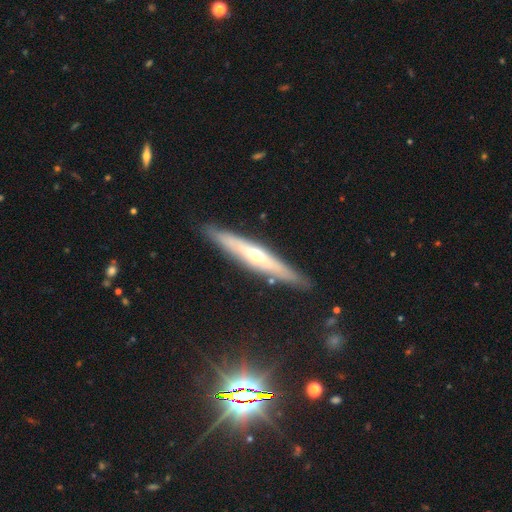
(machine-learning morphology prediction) Smooth or featured?
  - featured or disk: 66% *
  - smooth: 27%
  - star or artifact: 7%
Edge-on disk?
  - yes: 89% *
  - no: 11%
Edge-on bulge?
  - rounded: 81% *
  - none: 15%
  - boxy: 4%
Merging?
  - none: 88% *
  - minor disturbance: 9%
  - major disturbance: 2%
  - merger: 1%